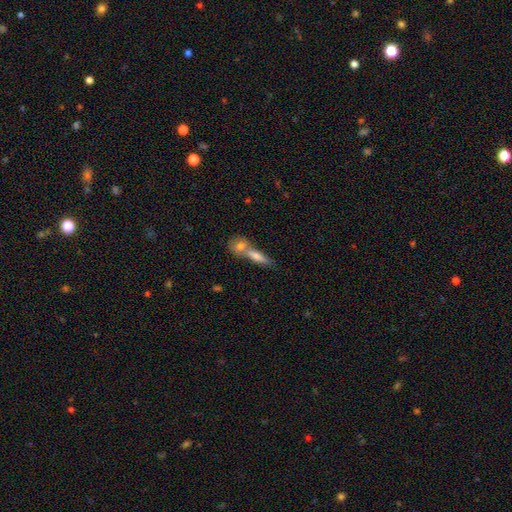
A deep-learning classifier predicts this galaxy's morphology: Smooth or featured?
  - smooth: 57% *
  - featured or disk: 32%
  - star or artifact: 11%
How rounded?
  - cigar-shaped: 59% *
  - in between: 31%
  - round: 10%
Merging?
  - merger: 48% *
  - none: 41%
  - minor disturbance: 8%
  - major disturbance: 4%